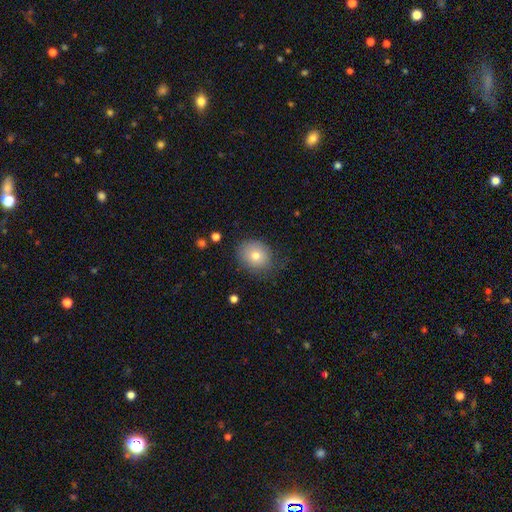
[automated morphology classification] A smooth galaxy with no disk features (76%) that is round (72%). Merging: none (73%).